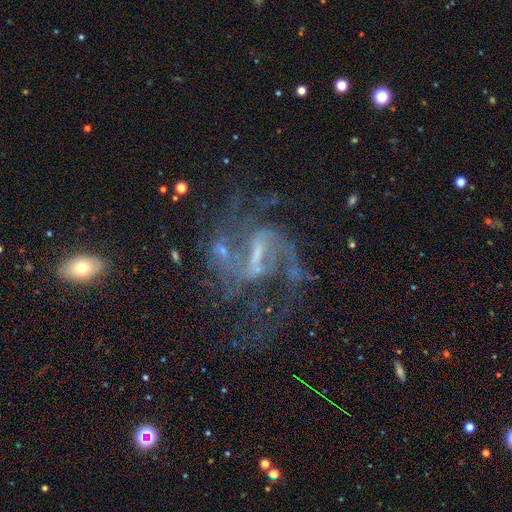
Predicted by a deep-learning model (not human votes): This appears to be a featured or disk galaxy (84%) with a strong bar (47%), 2 (68%) medium (47%) spiral arms (91%) and a small central bulge (47%). Merging: none (44%).